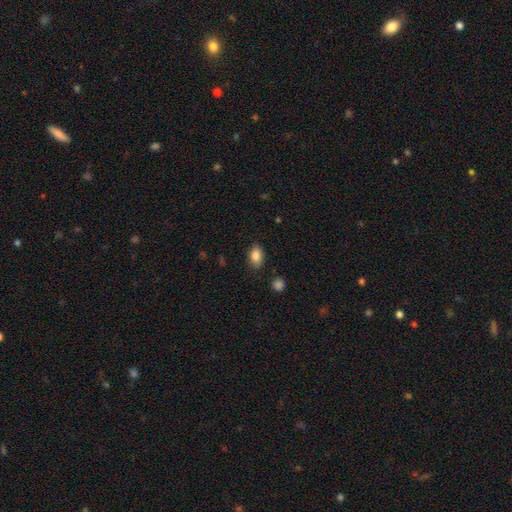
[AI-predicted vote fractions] Smooth or featured: smooth — 85% (star or artifact — 8%)
How rounded: in between — 86% (round — 12%)
Merging: none — 84% (minor disturbance — 12%)